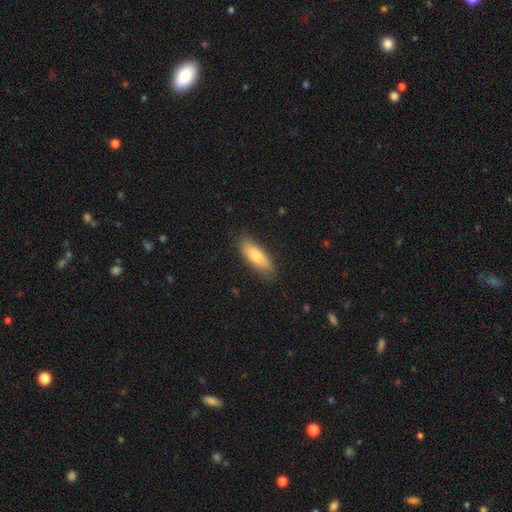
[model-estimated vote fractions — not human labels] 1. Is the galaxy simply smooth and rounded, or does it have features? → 76% smooth, 18% featured or disk, 6% star or artifact.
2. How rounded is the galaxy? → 60% in between, 37% cigar-shaped, 2% round.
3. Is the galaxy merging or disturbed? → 84% none, 12% minor disturbance, 2% major disturbance, 1% merger.